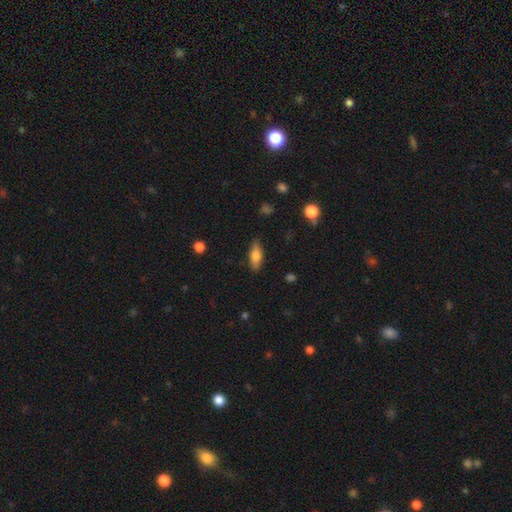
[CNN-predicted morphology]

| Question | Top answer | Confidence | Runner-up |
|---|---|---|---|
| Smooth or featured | smooth | 66% | featured or disk (27%) |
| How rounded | in between | 62% | cigar-shaped (35%) |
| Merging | none | 86% | minor disturbance (10%) |